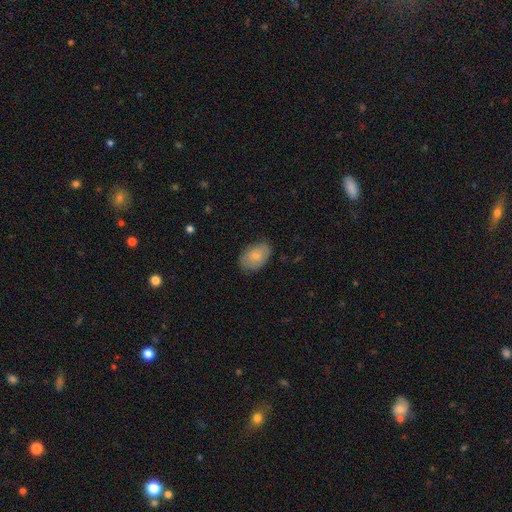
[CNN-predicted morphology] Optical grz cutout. It shows a smooth galaxy with no disk features (79%) that is in between round and cigar-shaped (88%). Merging: none (76%).